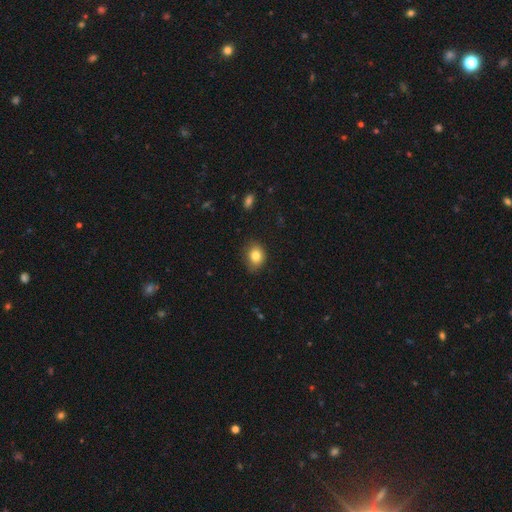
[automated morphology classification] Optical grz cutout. It shows a smooth galaxy with no disk features (81%) that is in between round and cigar-shaped (50%). Merging: none (73%).